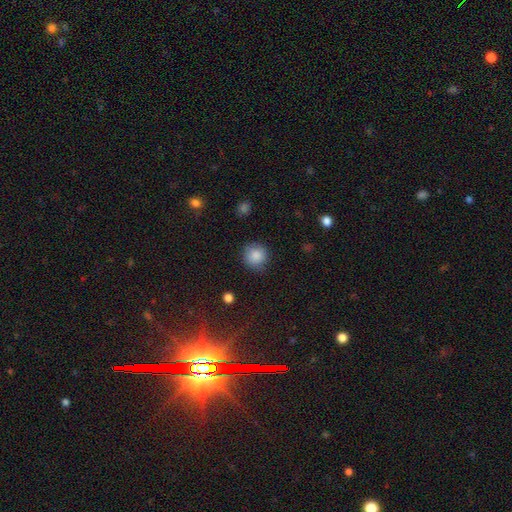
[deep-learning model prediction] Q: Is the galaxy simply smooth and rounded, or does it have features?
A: smooth — 87%.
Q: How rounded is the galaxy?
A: round — 93%.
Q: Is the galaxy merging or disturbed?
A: none — 85%.